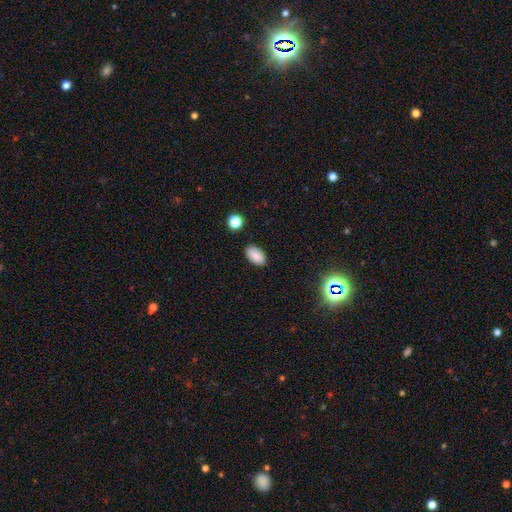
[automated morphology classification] Q: Smooth or featured?
A: smooth (84%); runner-up: star or artifact (9%)
Q: How rounded?
A: in between (93%); runner-up: round (6%)
Q: Merging?
A: none (87%); runner-up: minor disturbance (9%)